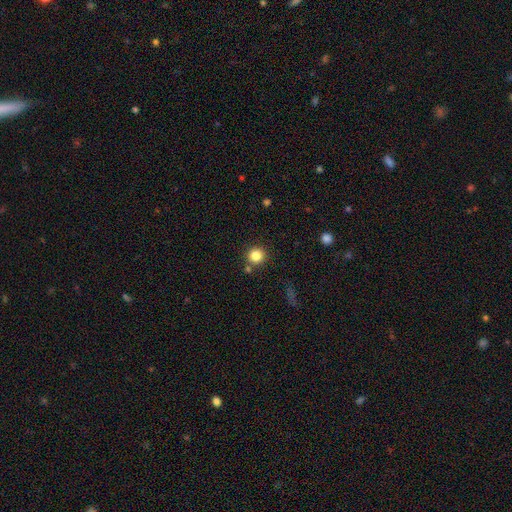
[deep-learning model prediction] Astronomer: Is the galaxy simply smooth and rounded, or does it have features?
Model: smooth — 84%.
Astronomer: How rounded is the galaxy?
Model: round — 93%.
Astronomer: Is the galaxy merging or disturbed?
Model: none — 82%.